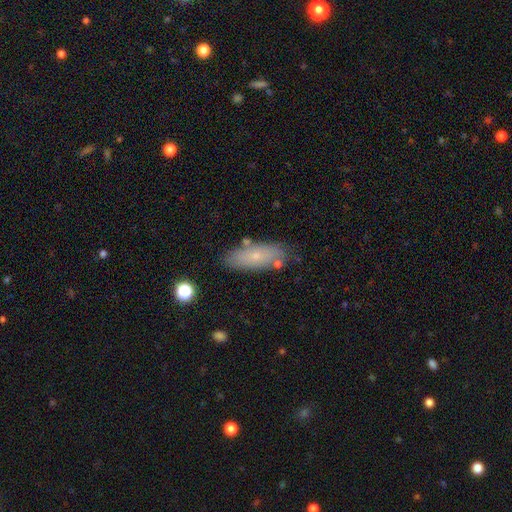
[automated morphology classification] type=smooth (67%); roundness=in between (68%); merging=none (79%).